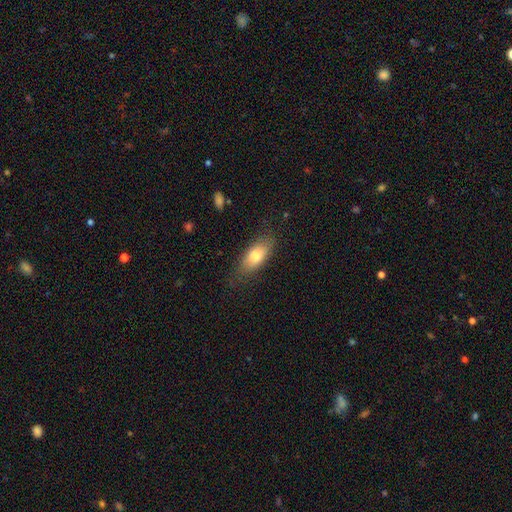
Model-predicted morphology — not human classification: smooth 77%, featured or disk 16%, star or artifact 7%. Down the decision tree: how rounded — in between (81%); merging — none (78%).